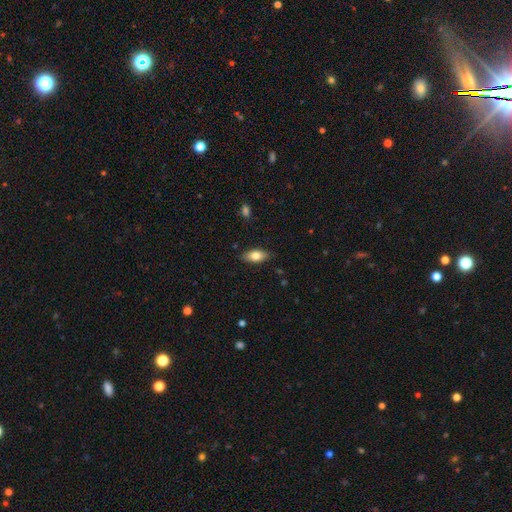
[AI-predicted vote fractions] Q: Smooth or featured?
A: smooth (79%); runner-up: featured or disk (14%)
Q: How rounded?
A: in between (88%); runner-up: cigar-shaped (9%)
Q: Merging?
A: none (86%); runner-up: minor disturbance (11%)